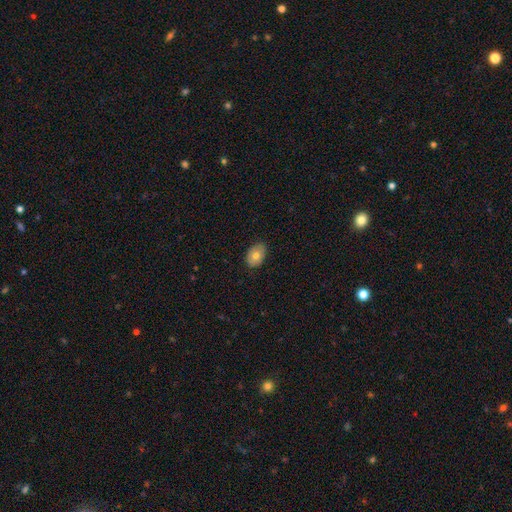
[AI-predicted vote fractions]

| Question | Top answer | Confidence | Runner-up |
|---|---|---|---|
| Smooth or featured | smooth | 72% | featured or disk (20%) |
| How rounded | in between | 82% | round (17%) |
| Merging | none | 82% | minor disturbance (14%) |